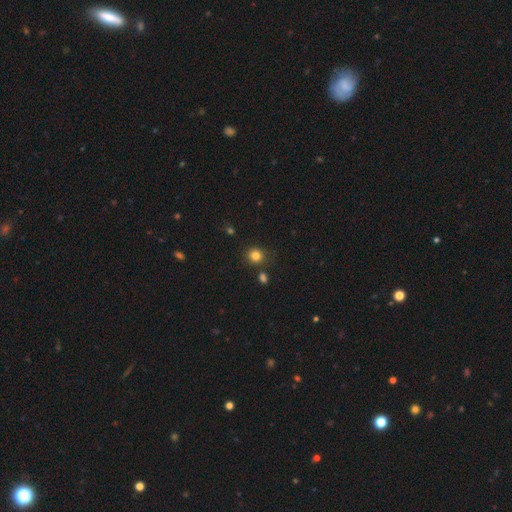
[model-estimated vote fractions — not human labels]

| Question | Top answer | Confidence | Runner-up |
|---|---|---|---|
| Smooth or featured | smooth | 82% | star or artifact (13%) |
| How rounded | round | 86% | in between (13%) |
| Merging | none | 83% | minor disturbance (9%) |